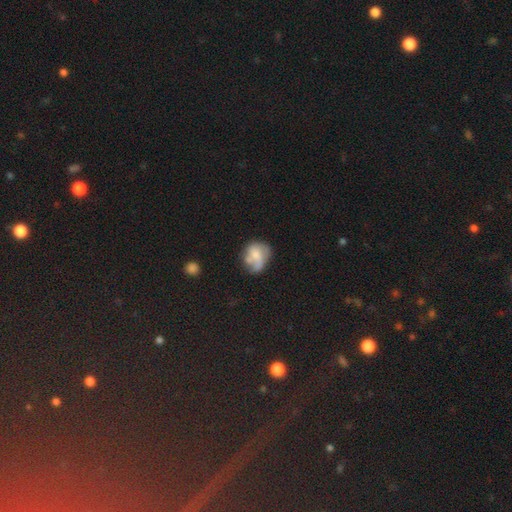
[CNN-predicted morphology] A smooth galaxy with no disk features (51%) that is round (58%).

Vote fractions:
- Smooth or featured? smooth: 51% / featured or disk: 40% / star or artifact: 9%
- How rounded? round: 58% / in between: 41% / cigar-shaped: 1%
- Merging? none: 39% / minor disturbance: 26% / major disturbance: 21% / merger: 14%